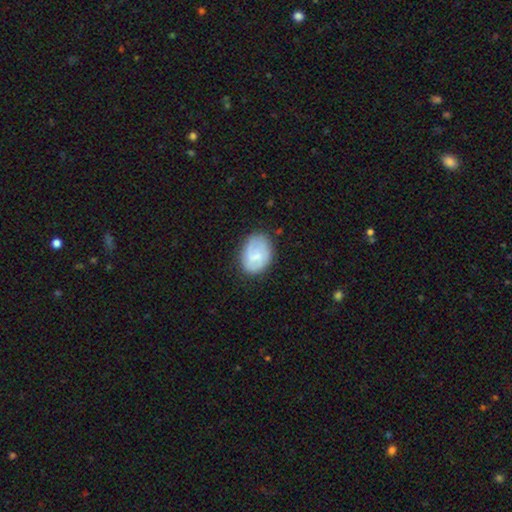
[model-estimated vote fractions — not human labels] A smooth galaxy with no disk features (57%) that is in between round and cigar-shaped (73%). Merging: none (73%).